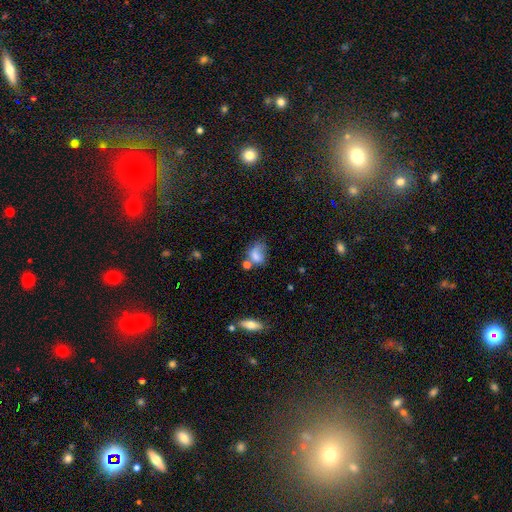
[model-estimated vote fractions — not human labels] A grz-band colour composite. It shows a smooth galaxy with no disk features (71%) that is in between round and cigar-shaped (73%). Merging: none (29%).